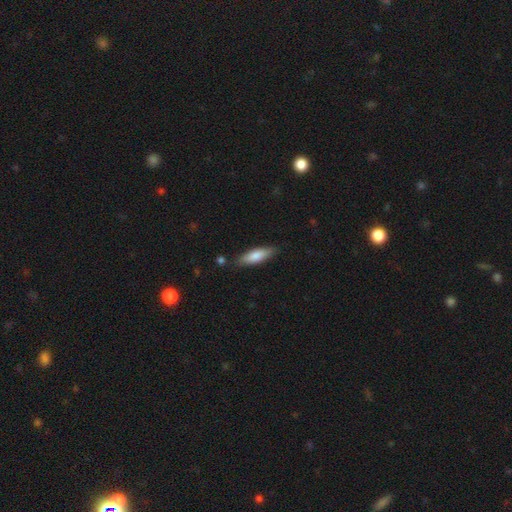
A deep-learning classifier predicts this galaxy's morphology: Smooth or featured: smooth — 76% (featured or disk — 18%)
How rounded: cigar-shaped — 52% (in between — 46%)
Merging: none — 82% (minor disturbance — 13%)